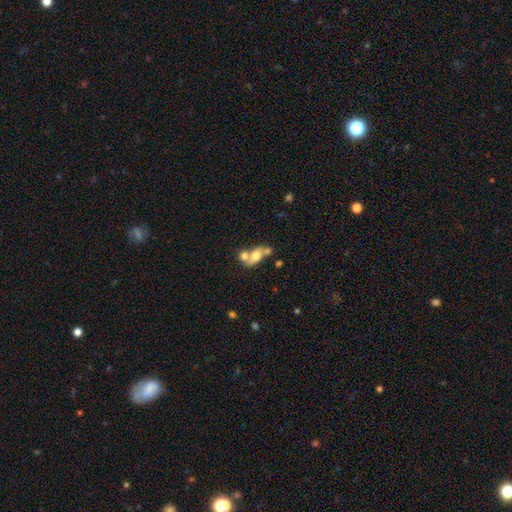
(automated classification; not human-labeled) smooth-or-featured: smooth: 54% | featured or disk: 36% | star or artifact: 10%
  how-rounded: in between: 63% | round: 32% | cigar-shaped: 6%
  merging: merger: 54% | none: 28% | minor disturbance: 10% | major disturbance: 7%